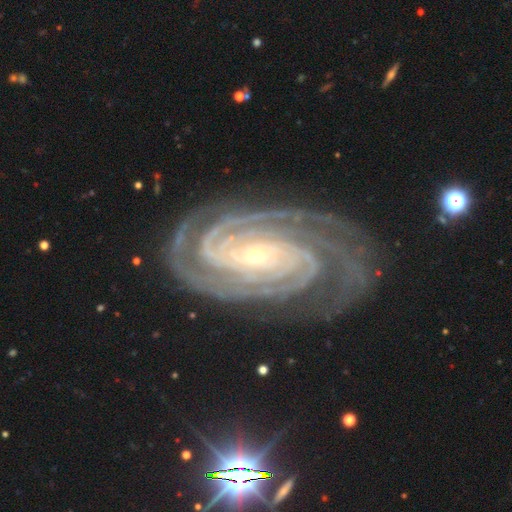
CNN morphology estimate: Smooth or featured? featured or disk (93%)
Edge-on disk? no (97%)
Bar? no (53%)
Spiral arms? yes (99%)
Spiral winding? tight (83%)
Spiral arm count? 3 (25%)
Bulge size? small (82%)
Merging? none (77%)